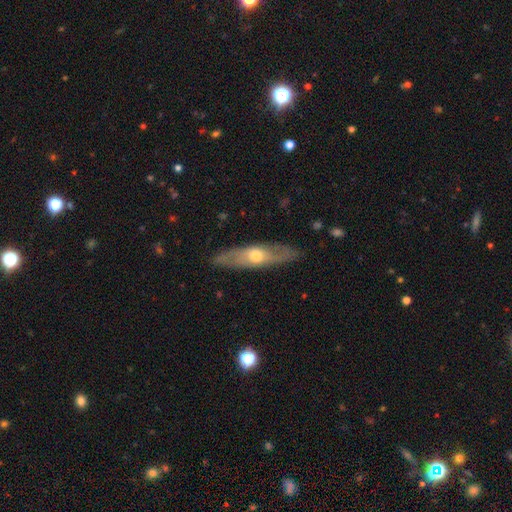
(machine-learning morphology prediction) A featured or disk galaxy (54%) with not edge-on (50%, tied with yes). Merging: none (84%).